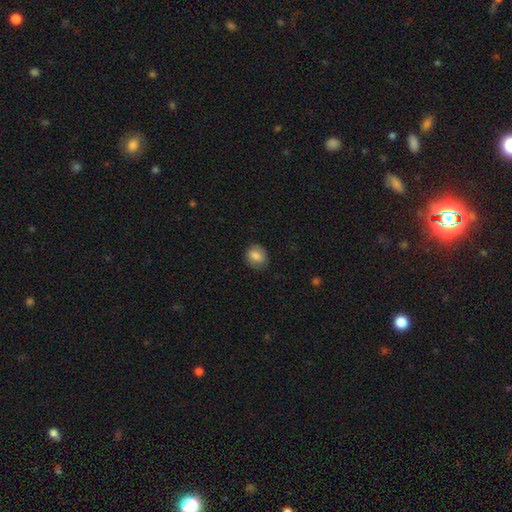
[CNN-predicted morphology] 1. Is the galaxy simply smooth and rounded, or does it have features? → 80% smooth, 12% featured or disk, 8% star or artifact.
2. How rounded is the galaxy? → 66% round, 33% in between, 1% cigar-shaped.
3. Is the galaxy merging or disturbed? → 81% none, 14% minor disturbance, 3% major disturbance, 1% merger.